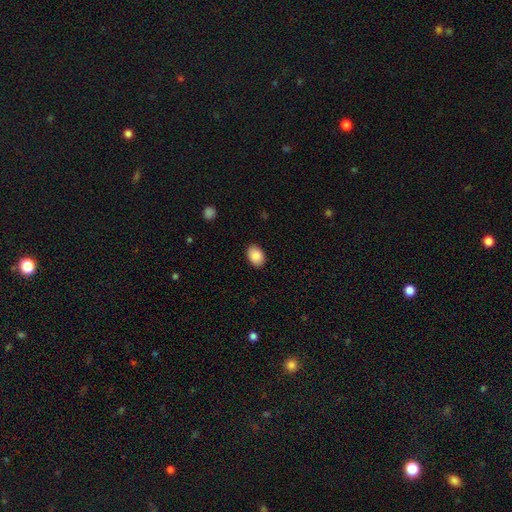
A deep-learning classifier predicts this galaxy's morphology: smooth 87%, star or artifact 7%, featured or disk 6%. Down the decision tree: how rounded — in between (81%); merging — none (89%).